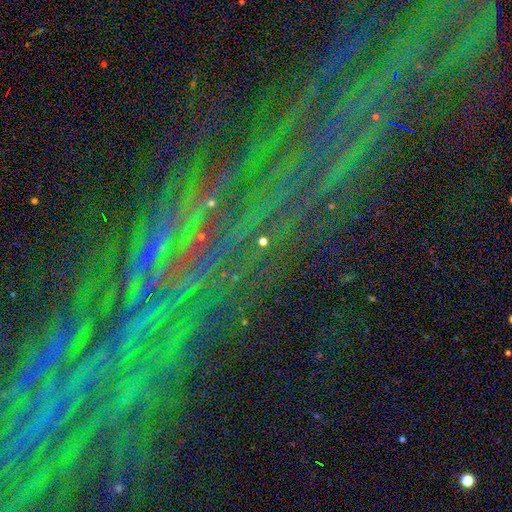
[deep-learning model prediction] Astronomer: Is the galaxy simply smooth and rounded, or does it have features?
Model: star or artifact — 82%.